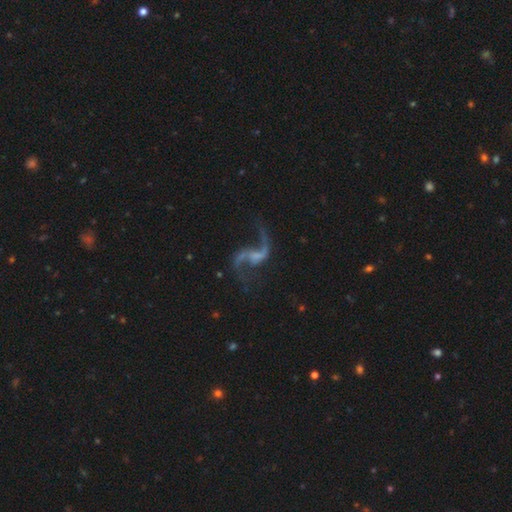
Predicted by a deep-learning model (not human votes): Q: Smooth or featured?
A: featured or disk (89%); runner-up: star or artifact (7%)
Q: Edge-on disk?
A: no (97%); runner-up: yes (3%)
Q: Bar?
A: weak (43%); runner-up: no (40%)
Q: Spiral arms?
A: yes (96%); runner-up: no (4%)
Q: Spiral winding?
A: loose (90%); runner-up: medium (8%)
Q: Spiral arm count?
A: 2 (92%); runner-up: 1 (3%)
Q: Bulge size?
A: none (44%); runner-up: small (39%)
Q: Merging?
A: none (68%); runner-up: minor disturbance (14%)